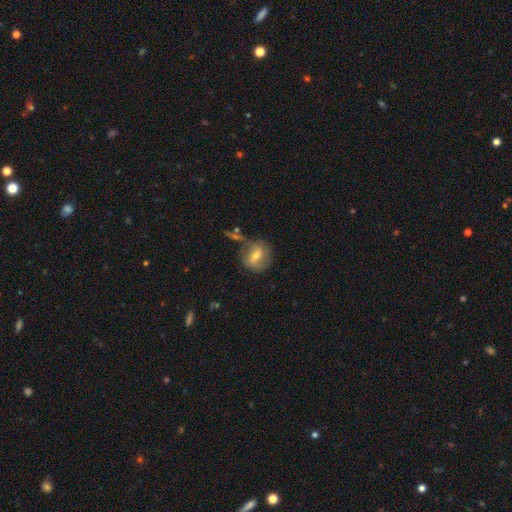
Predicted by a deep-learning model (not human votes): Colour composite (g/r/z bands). It shows a featured or disk galaxy (50%). Merging: none (61%).